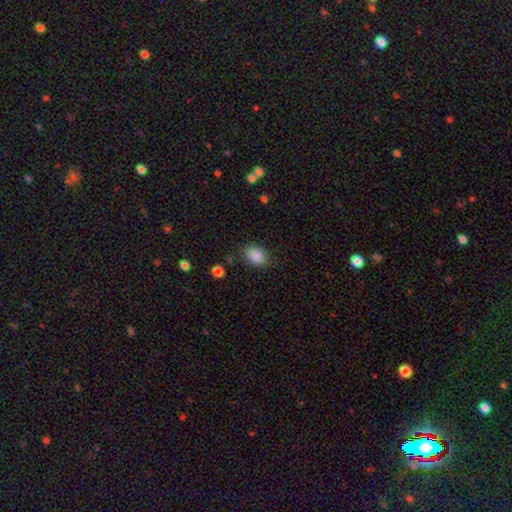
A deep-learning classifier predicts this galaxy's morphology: Overall: smooth (88%). How rounded: in between (80%). Merging: none (83%).